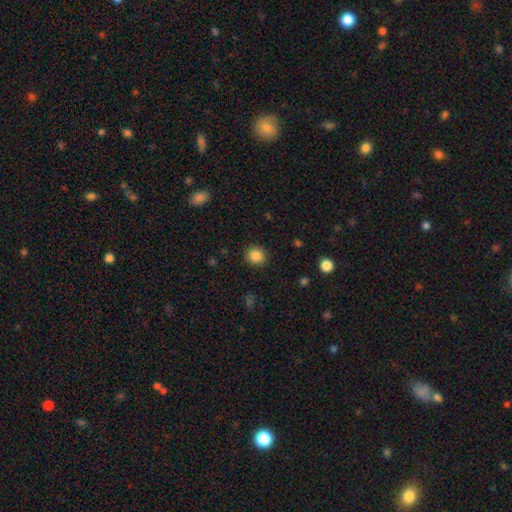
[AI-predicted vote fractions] smooth-or-featured: smooth: 85% | star or artifact: 10% | featured or disk: 4%
  how-rounded: round: 90% | in between: 9% | cigar-shaped: 1%
  merging: none: 90% | minor disturbance: 6% | major disturbance: 2% | merger: 1%